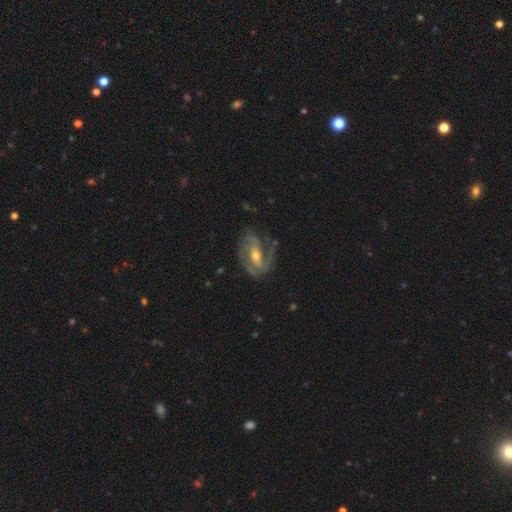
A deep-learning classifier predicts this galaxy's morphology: A featured or disk galaxy (86%) with a weak bar (40%), 2 (60%) medium (47%) spiral arms (94%) and a moderate central bulge (55%). Merging: none (65%).